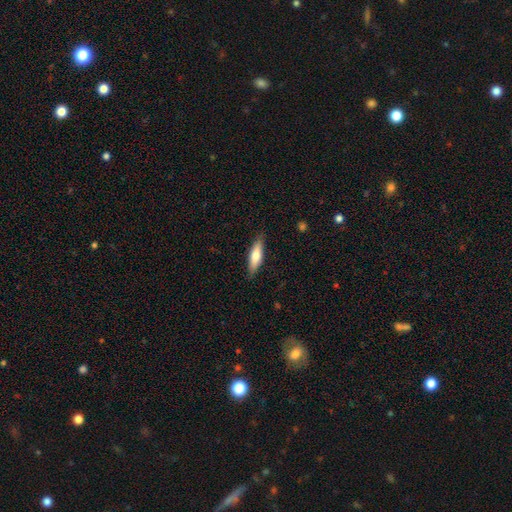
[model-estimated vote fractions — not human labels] smooth 68%, featured or disk 27%, star or artifact 6%. Down the decision tree: how rounded — cigar-shaped (58%); merging — none (86%).